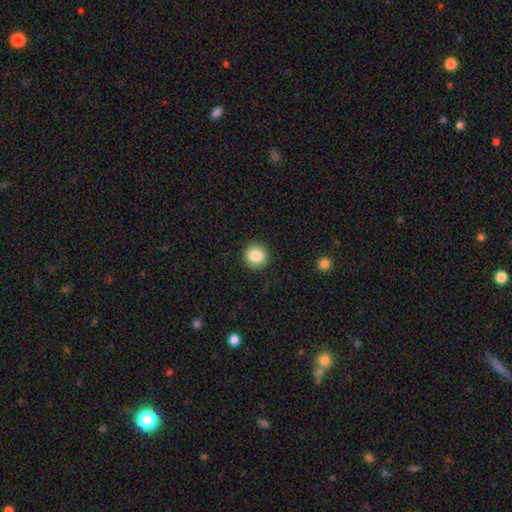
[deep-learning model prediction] Smooth or featured: smooth — 85% (star or artifact — 9%)
How rounded: round — 89% (in between — 10%)
Merging: none — 91% (minor disturbance — 6%)